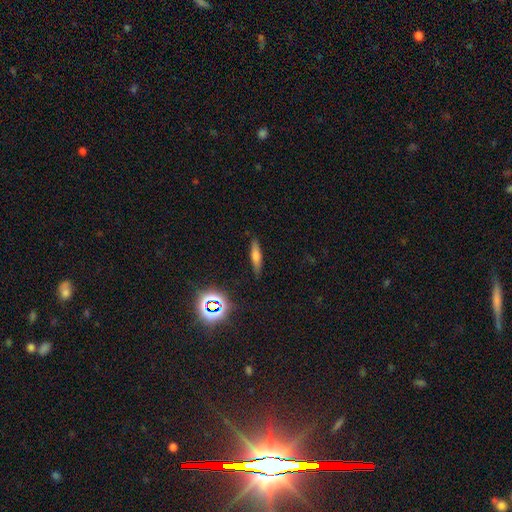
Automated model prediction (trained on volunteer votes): This appears to be a smooth galaxy with no disk features (61%) that is cigar-shaped (76%). Merging: none (86%).